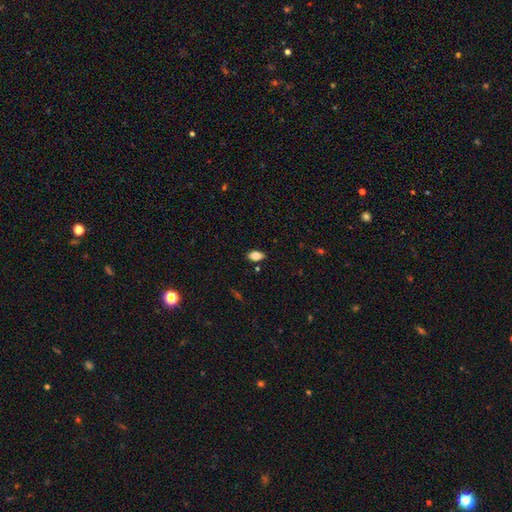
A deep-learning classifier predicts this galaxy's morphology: Smooth or featured?
  - smooth: 81% *
  - featured or disk: 10%
  - star or artifact: 9%
How rounded?
  - in between: 90% *
  - round: 6%
  - cigar-shaped: 4%
Merging?
  - none: 85% *
  - minor disturbance: 11%
  - major disturbance: 2%
  - merger: 2%